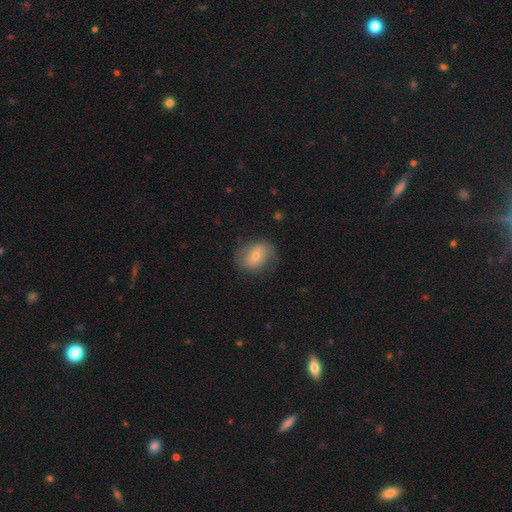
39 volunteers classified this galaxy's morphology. Smooth or featured? 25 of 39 (64%) said smooth. How rounded? 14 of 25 (56%) said round. Merging? 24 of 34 (71%) said none.